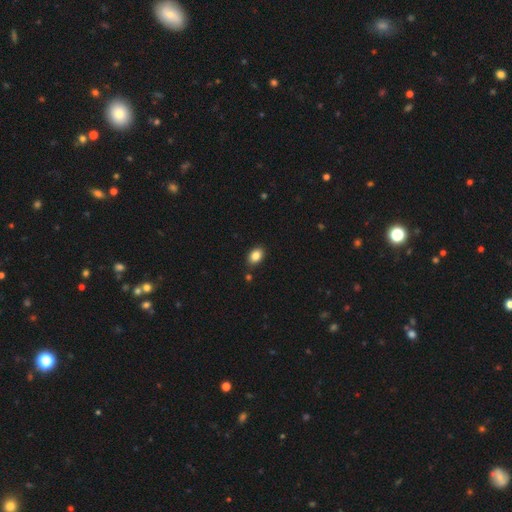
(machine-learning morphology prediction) Overall: smooth (85%). How rounded: in between (83%). Merging: none (85%).